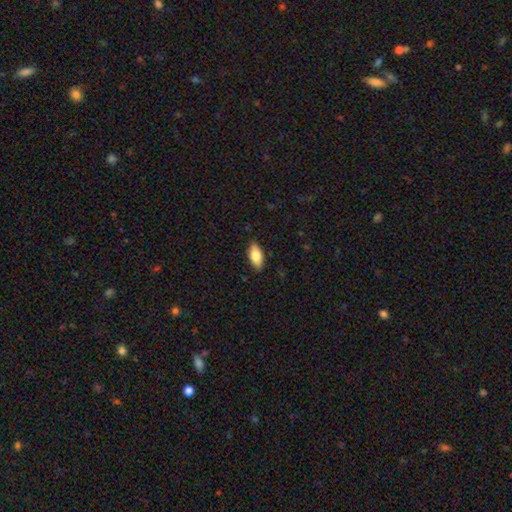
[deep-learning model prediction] smooth-or-featured: smooth: 81% | featured or disk: 13% | star or artifact: 6%
  how-rounded: in between: 89% | cigar-shaped: 8% | round: 2%
  merging: none: 87% | minor disturbance: 10% | major disturbance: 2% | merger: 1%